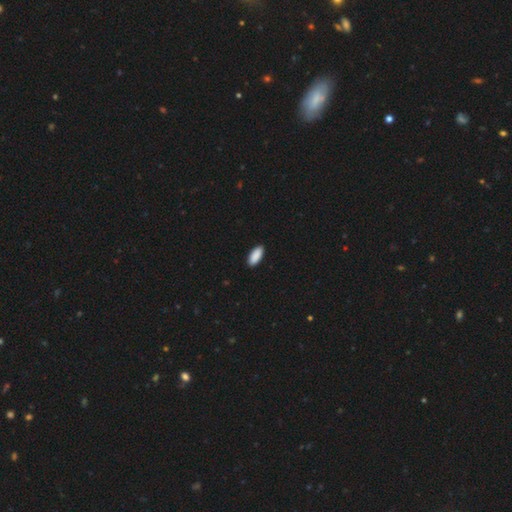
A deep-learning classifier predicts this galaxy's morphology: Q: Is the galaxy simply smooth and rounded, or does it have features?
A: smooth — 91%.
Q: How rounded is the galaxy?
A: in between — 89%.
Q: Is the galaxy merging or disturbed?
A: none — 90%.